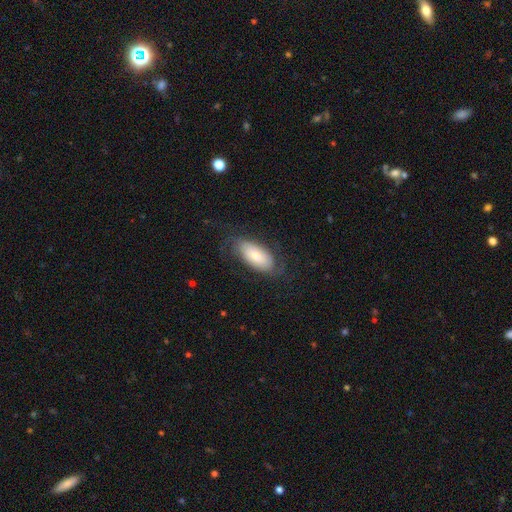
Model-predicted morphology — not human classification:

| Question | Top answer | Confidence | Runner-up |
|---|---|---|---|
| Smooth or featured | smooth | 56% | featured or disk (37%) |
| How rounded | in between | 91% | cigar-shaped (6%) |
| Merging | none | 65% | minor disturbance (20%) |